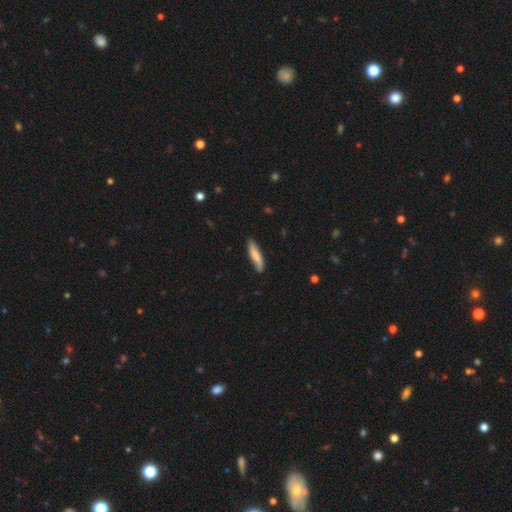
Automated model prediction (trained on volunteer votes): smooth-or-featured: smooth: 69% | featured or disk: 26% | star or artifact: 5%
  how-rounded: cigar-shaped: 81% | in between: 17% | round: 2%
  merging: none: 78% | minor disturbance: 17% | major disturbance: 3% | merger: 2%